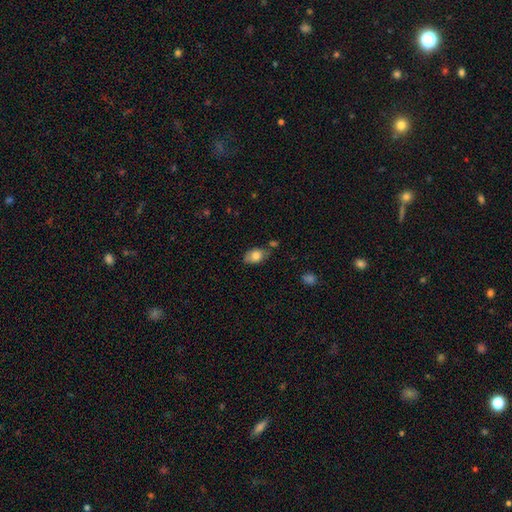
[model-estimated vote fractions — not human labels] Q: Smooth or featured?
A: smooth (78%); runner-up: featured or disk (14%)
Q: How rounded?
A: in between (85%); runner-up: round (13%)
Q: Merging?
A: none (64%); runner-up: minor disturbance (23%)